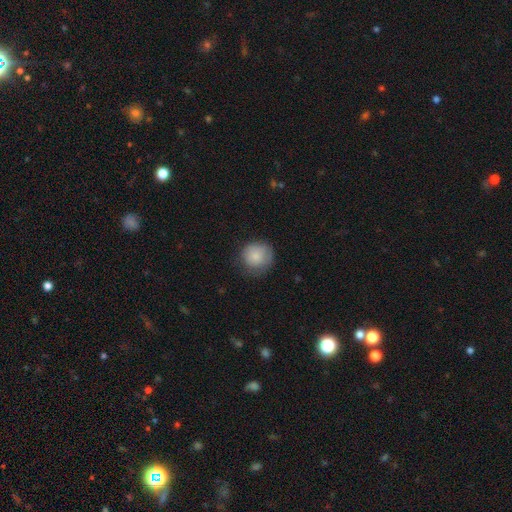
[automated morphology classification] Smooth or featured? smooth (83%)
How rounded? round (91%)
Merging? none (70%)